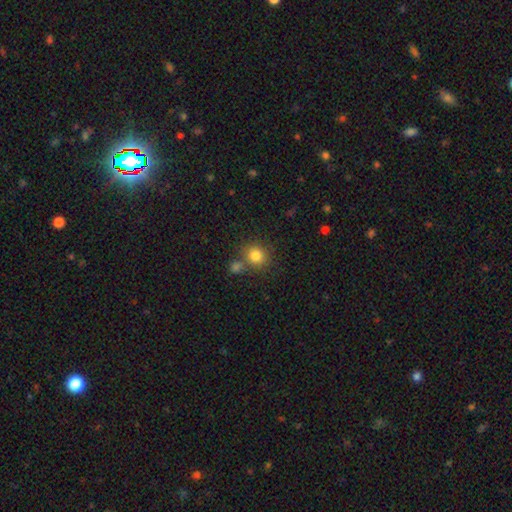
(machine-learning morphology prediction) A smooth galaxy with no disk features (81%) that is round (86%). Merging: none (69%).